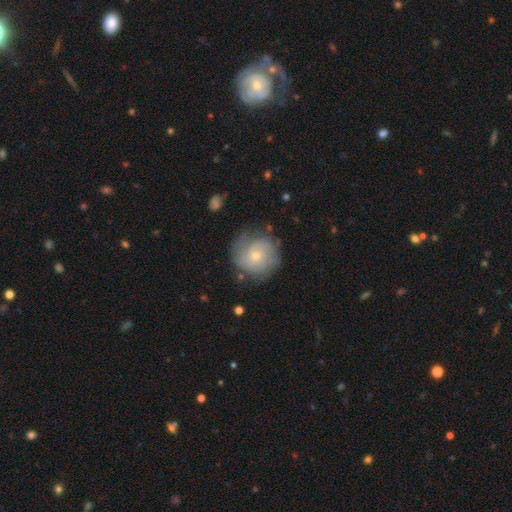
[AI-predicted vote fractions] smooth_or_featured: featured or disk (p=0.55) [alt: smooth p=0.37]
disk_edge_on: no (p=0.97) [alt: yes p=0.03]
bar: no (p=0.77) [alt: weak p=0.20]
has_spiral_arms: yes (p=0.80) [alt: no p=0.20]
bulge_size: small (p=0.61) [alt: moderate p=0.35]
merging: none (p=0.66) [alt: minor disturbance p=0.22]